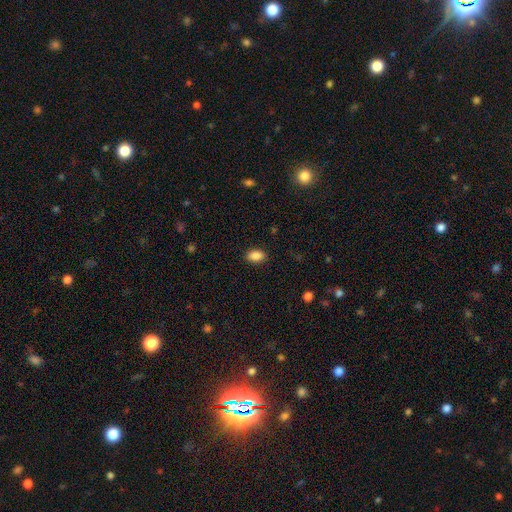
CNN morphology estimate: A smooth galaxy with no disk features (88%) that is in between round and cigar-shaped (88%).

Vote fractions:
- Smooth or featured? smooth: 88% / star or artifact: 8% / featured or disk: 3%
- How rounded? in between: 88% / round: 10% / cigar-shaped: 2%
- Merging? none: 89% / minor disturbance: 8% / major disturbance: 2% / merger: 1%